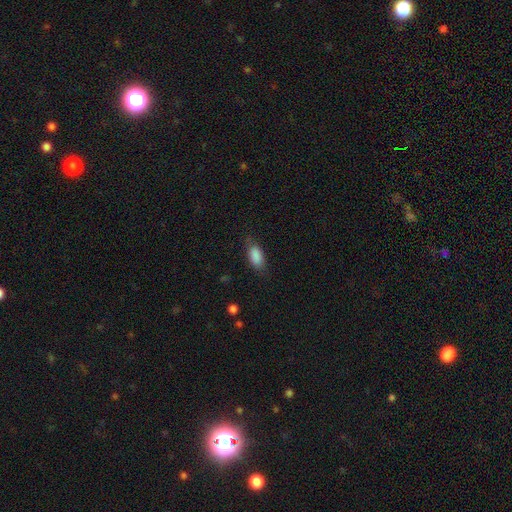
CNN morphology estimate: A smooth galaxy with no disk features (88%) that is in between round and cigar-shaped (89%).

Vote fractions:
- Smooth or featured? smooth: 88% / star or artifact: 7% / featured or disk: 6%
- How rounded? in between: 89% / cigar-shaped: 8% / round: 3%
- Merging? none: 74% / minor disturbance: 19% / major disturbance: 6% / merger: 1%